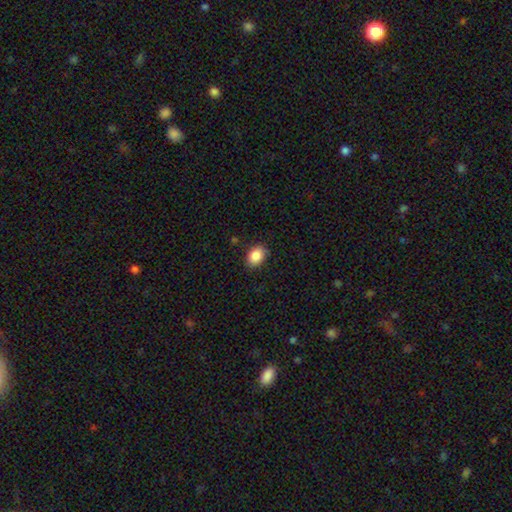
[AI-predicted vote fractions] Smooth or featured: smooth — 88% (star or artifact — 8%)
How rounded: in between — 73% (round — 26%)
Merging: none — 84% (minor disturbance — 12%)